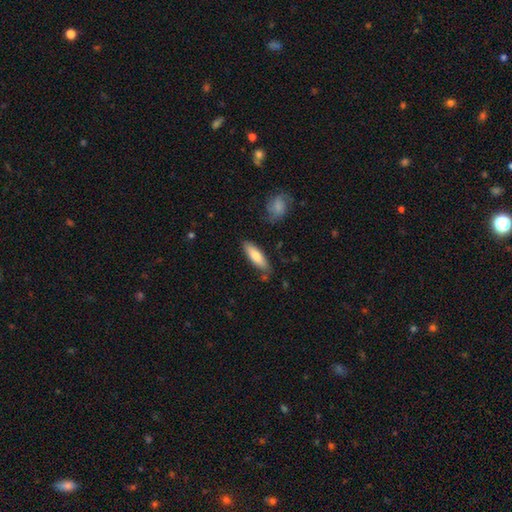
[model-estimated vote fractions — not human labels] Smooth or featured: smooth — 79% (featured or disk — 16%)
How rounded: in between — 50% (cigar-shaped — 48%)
Merging: none — 81% (minor disturbance — 14%)